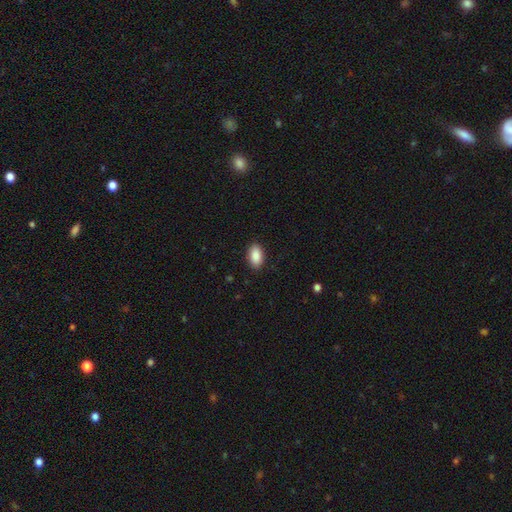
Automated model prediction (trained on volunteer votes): The model was most divided on "merging": none: 89%, minor disturbance: 8%, major disturbance: 2%, merger: 1%. More confident: how rounded — in between (93%); smooth or featured — smooth (90%).